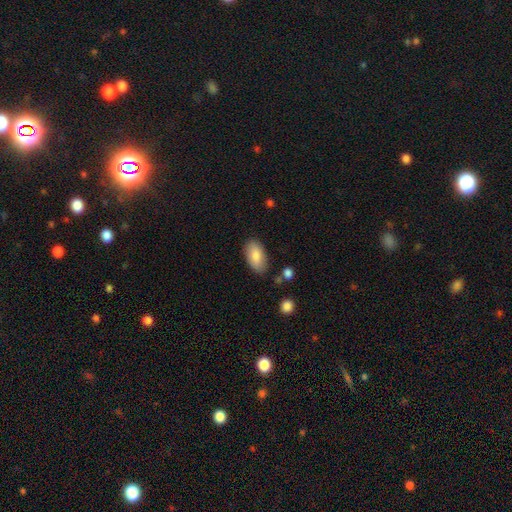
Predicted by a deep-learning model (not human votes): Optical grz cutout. It shows a smooth galaxy with no disk features (84%) that is in between round and cigar-shaped (94%). Merging: none (83%).